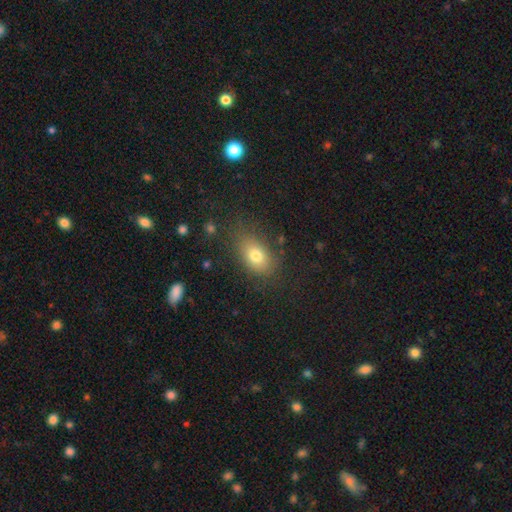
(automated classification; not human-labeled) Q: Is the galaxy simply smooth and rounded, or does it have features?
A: smooth — 77%.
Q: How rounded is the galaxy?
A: in between — 80%.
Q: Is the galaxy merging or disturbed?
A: none — 72%.